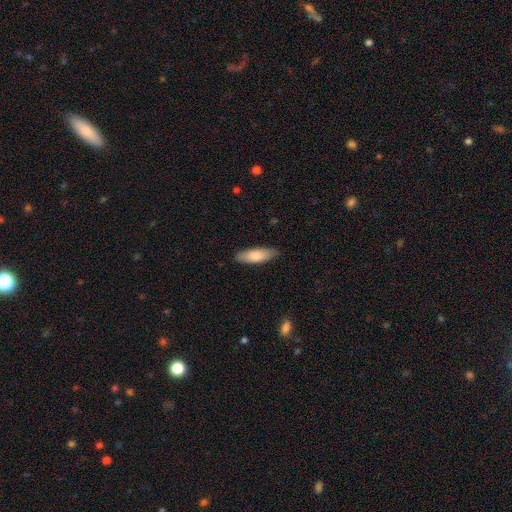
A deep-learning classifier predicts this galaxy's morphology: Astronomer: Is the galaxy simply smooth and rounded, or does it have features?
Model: smooth — 81%.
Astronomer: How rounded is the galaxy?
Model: in between — 55% (runner-up: cigar-shaped, 43%).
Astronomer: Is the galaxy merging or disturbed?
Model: none — 84%.